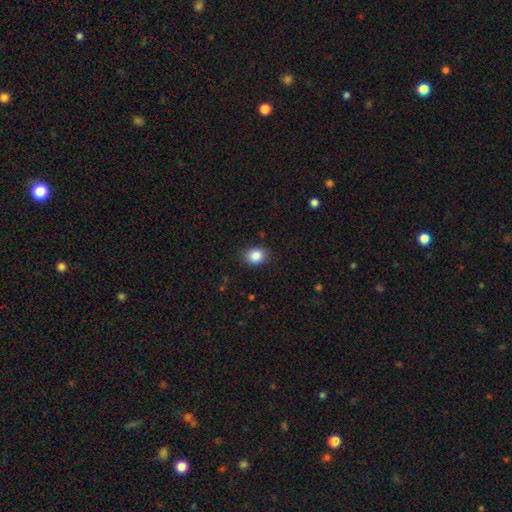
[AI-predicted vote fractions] A smooth galaxy with no disk features (87%) that is round (57%).

Vote fractions:
- Smooth or featured? smooth: 87% / star or artifact: 9% / featured or disk: 4%
- How rounded? round: 57% / in between: 42% / cigar-shaped: 1%
- Merging? none: 86% / minor disturbance: 11% / major disturbance: 3% / merger: 1%